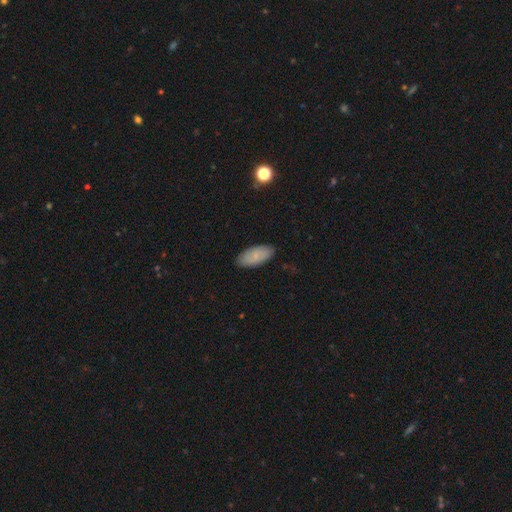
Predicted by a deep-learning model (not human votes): Smooth or featured? smooth (79%)
How rounded? in between (91%)
Merging? none (86%)